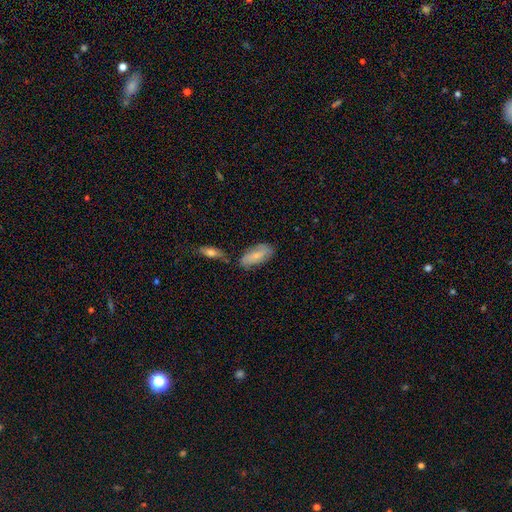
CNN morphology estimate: Overall: smooth (61%; featured or disk 32%). How rounded: in between (84%). Merging: none (68%).